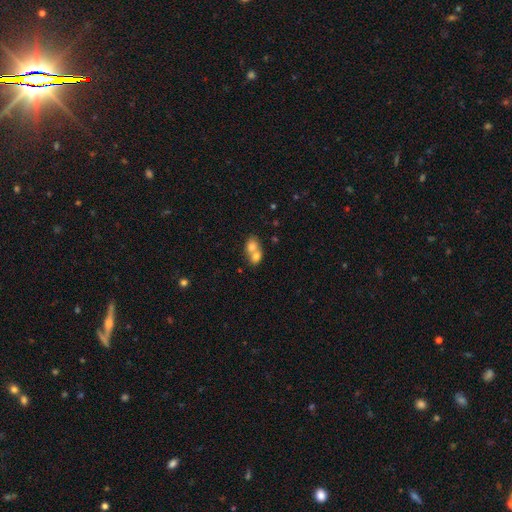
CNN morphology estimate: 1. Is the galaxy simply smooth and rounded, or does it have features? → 73% smooth, 18% featured or disk, 9% star or artifact.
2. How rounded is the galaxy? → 53% in between, 45% round, 1% cigar-shaped.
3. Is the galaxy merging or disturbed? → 73% merger, 19% none, 5% minor disturbance, 2% major disturbance.